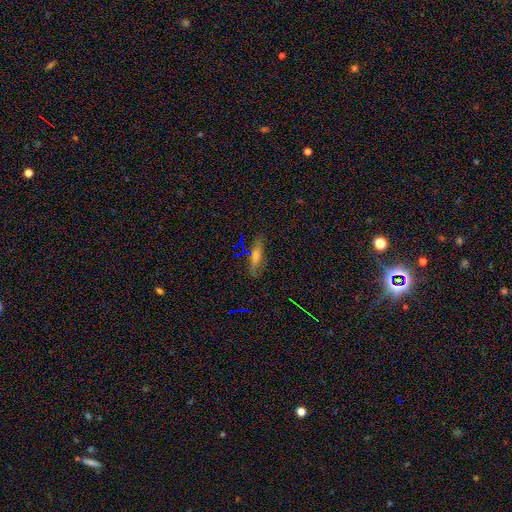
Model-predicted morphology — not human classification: This appears to be a smooth galaxy with no disk features (50%). Merging: none (82%).